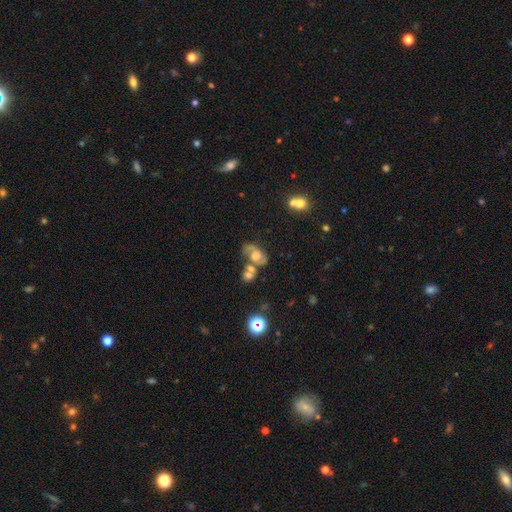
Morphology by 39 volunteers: This appears to be a featured or disk galaxy (72%) with no bar (81%), 2 (76%) medium (59%) spiral arms (63%) and a moderate central bulge (56%). Merging: none (56%).